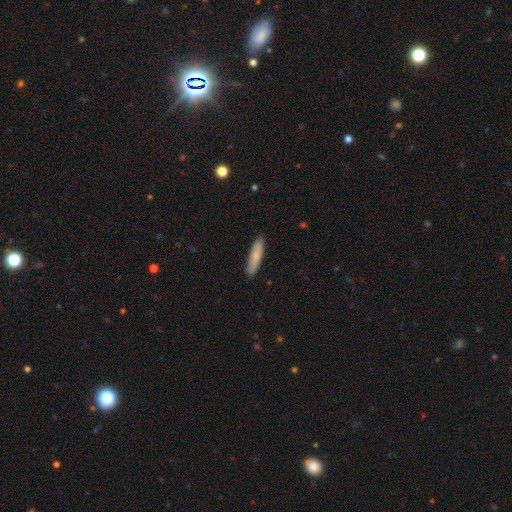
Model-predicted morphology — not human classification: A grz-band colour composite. It shows a smooth galaxy with no disk features (80%) that is cigar-shaped (84%). Merging: none (89%).